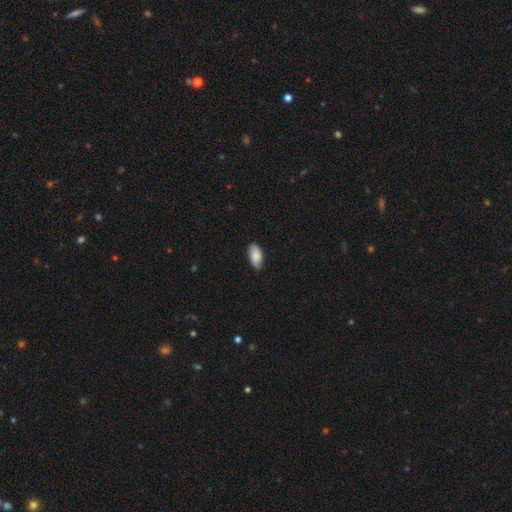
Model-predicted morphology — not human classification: Smooth or featured? Predicted: smooth (p=0.87). How rounded? Predicted: in between (p=0.93). Merging? Predicted: none (p=0.82).